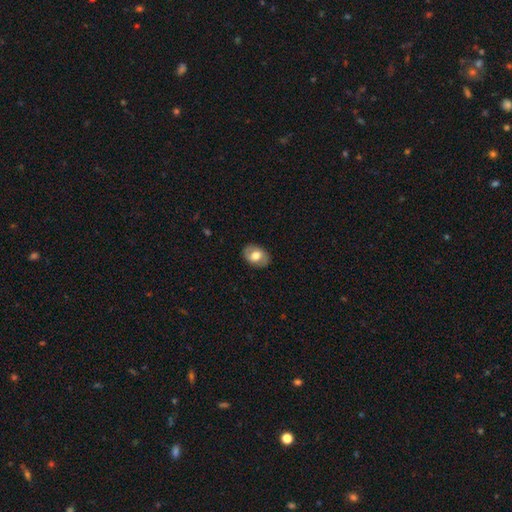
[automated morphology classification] Q: Smooth or featured?
A: smooth (63%); runner-up: featured or disk (30%)
Q: How rounded?
A: in between (78%); runner-up: round (21%)
Q: Merging?
A: none (84%); runner-up: minor disturbance (11%)